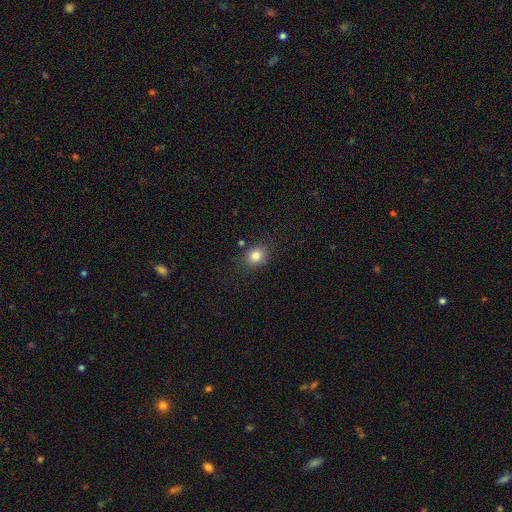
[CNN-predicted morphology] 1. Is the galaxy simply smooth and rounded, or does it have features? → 81% smooth, 11% star or artifact, 7% featured or disk.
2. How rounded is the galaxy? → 57% round, 42% in between, 1% cigar-shaped.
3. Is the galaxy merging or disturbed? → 81% none, 13% minor disturbance, 3% major disturbance, 3% merger.